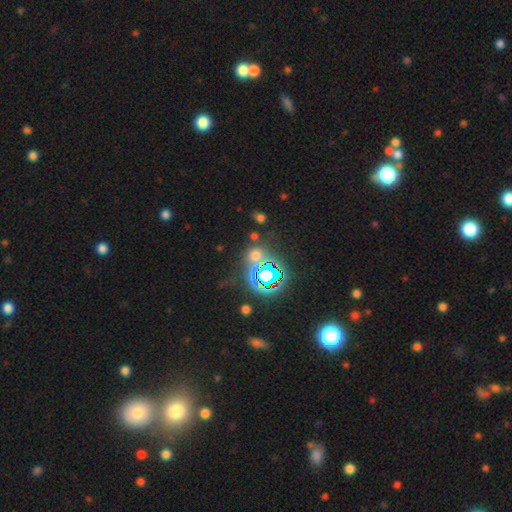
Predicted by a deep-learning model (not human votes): Overall: star or artifact (46%; smooth 45%).